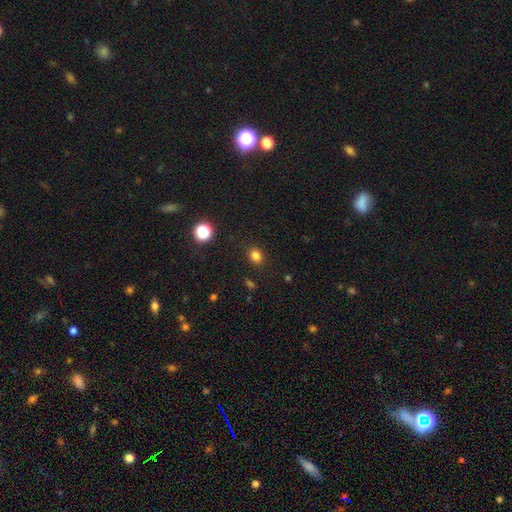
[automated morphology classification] smooth_or_featured: smooth (p=0.81) [alt: star or artifact p=0.15]
how_rounded: round (p=0.65) [alt: in between p=0.34]
merging: none (p=0.88) [alt: minor disturbance p=0.08]